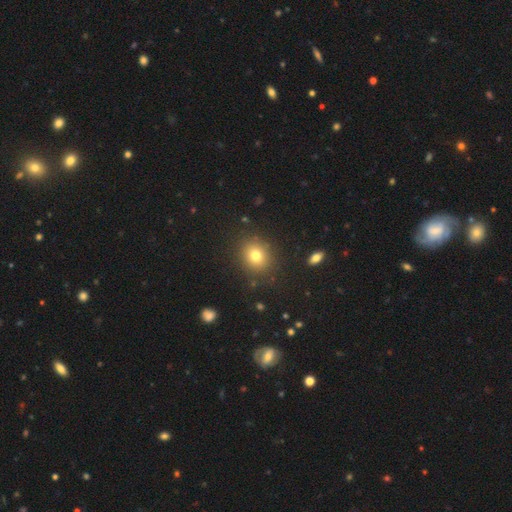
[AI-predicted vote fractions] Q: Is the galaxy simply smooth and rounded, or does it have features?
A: smooth — 76%.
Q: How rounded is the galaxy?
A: round — 73%.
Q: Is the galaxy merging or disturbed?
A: none — 87%.